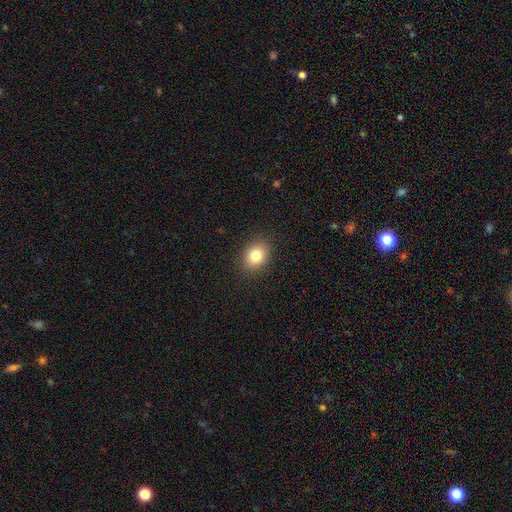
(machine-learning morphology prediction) This appears to be a smooth galaxy with no disk features (81%) that is in between round and cigar-shaped (54%). Merging: none (89%).